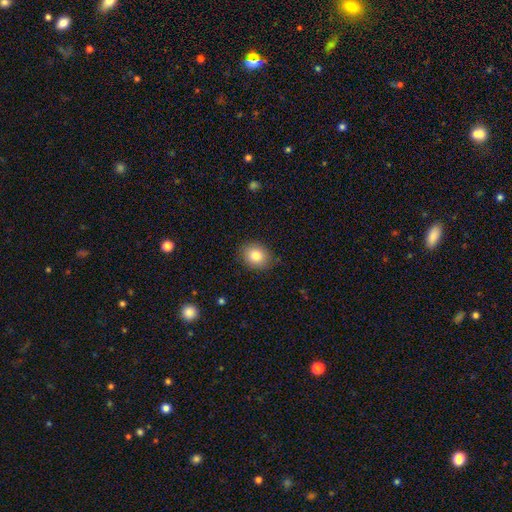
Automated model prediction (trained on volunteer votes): Q: Smooth or featured?
A: smooth (82%); runner-up: star or artifact (9%)
Q: How rounded?
A: round (56%); runner-up: in between (43%)
Q: Merging?
A: none (86%); runner-up: minor disturbance (11%)